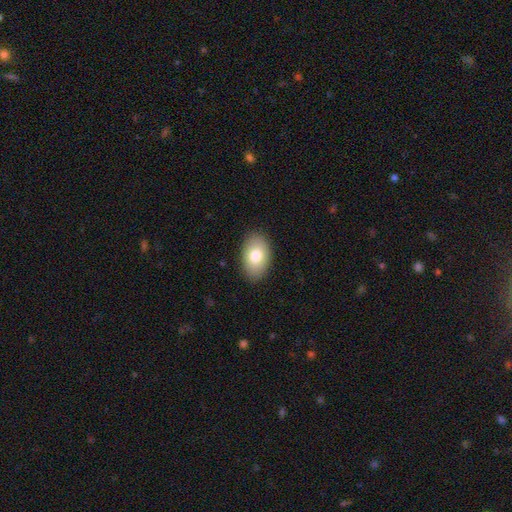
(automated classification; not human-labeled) Smooth or featured?
  - smooth: 79% *
  - featured or disk: 14%
  - star or artifact: 7%
How rounded?
  - in between: 92% *
  - round: 7%
  - cigar-shaped: 1%
Merging?
  - none: 87% *
  - minor disturbance: 10%
  - major disturbance: 2%
  - merger: 1%